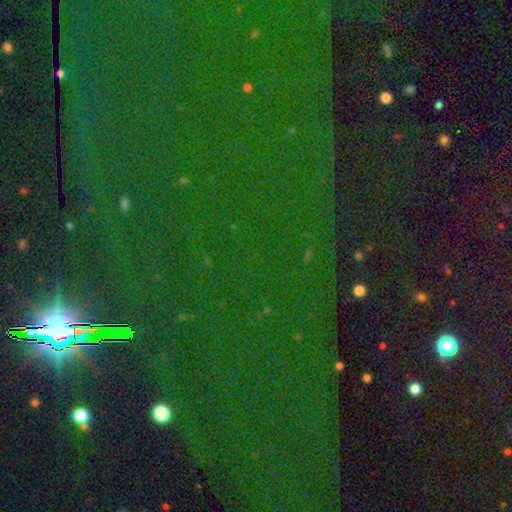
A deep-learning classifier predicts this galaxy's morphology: Overall: star or artifact (86%).